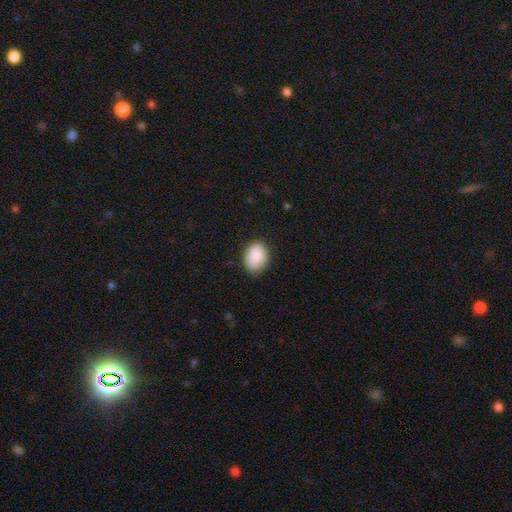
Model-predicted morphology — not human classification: This appears to be a smooth galaxy with no disk features (88%) that is in between round and cigar-shaped (68%). Merging: none (80%).